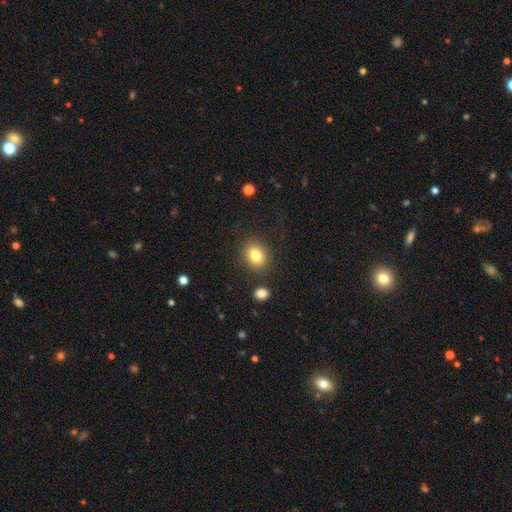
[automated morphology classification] A smooth galaxy with no disk features (82%) that is round (54%). Merging: none (83%).